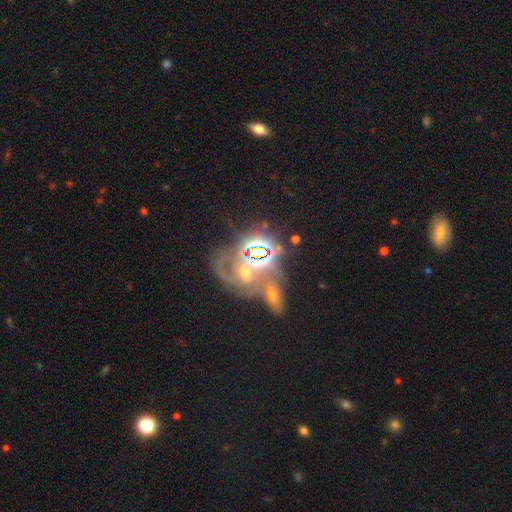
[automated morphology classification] The model was most divided on "smooth or featured": star or artifact: 50%, featured or disk: 36%, smooth: 14%.